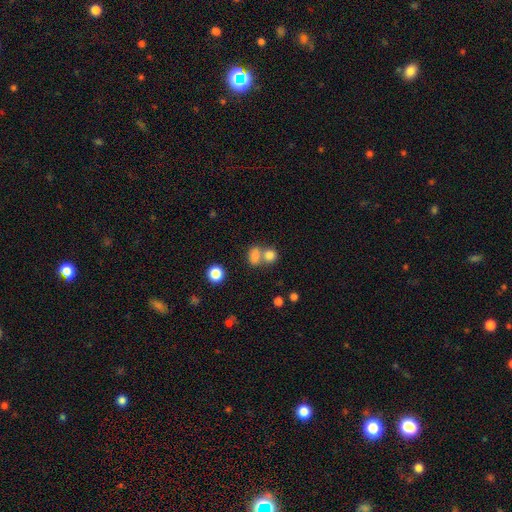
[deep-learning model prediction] Smooth or featured? Predicted: smooth (p=0.80). How rounded? Predicted: in between (p=0.56). Merging? Predicted: merger (p=0.47).